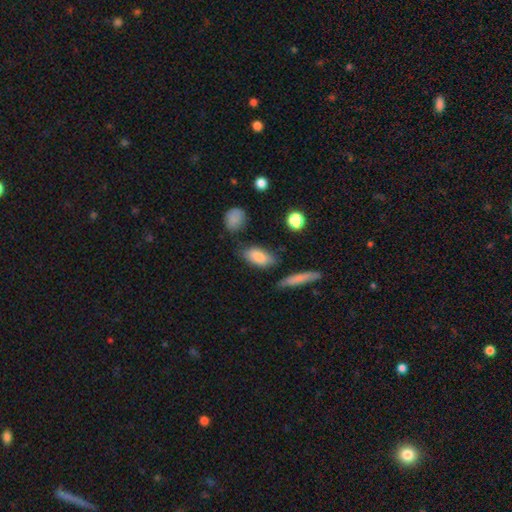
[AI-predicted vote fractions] smooth_or_featured: smooth (p=0.81) [alt: featured or disk p=0.10]
how_rounded: in between (p=0.86) [alt: cigar-shaped p=0.09]
merging: none (p=0.72) [alt: minor disturbance p=0.18]